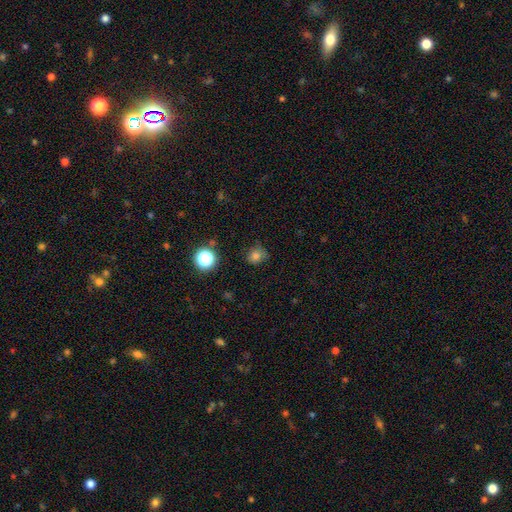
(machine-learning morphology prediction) Q: Smooth or featured?
A: smooth (77%); runner-up: star or artifact (17%)
Q: How rounded?
A: round (76%); runner-up: in between (23%)
Q: Merging?
A: none (70%); runner-up: minor disturbance (22%)